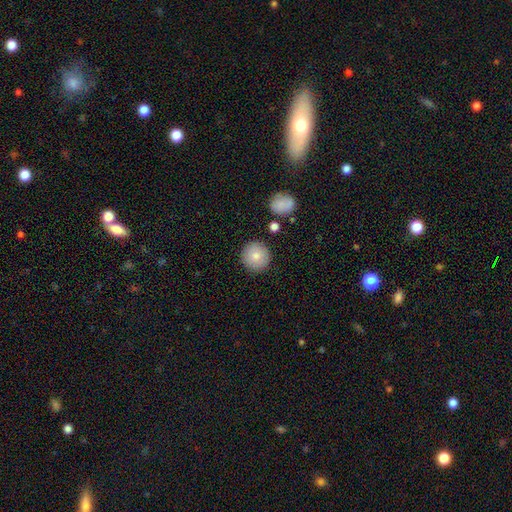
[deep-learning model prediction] smooth 83%, featured or disk 9%, star or artifact 8%. Down the decision tree: how rounded — round (95%); merging — none (89%).